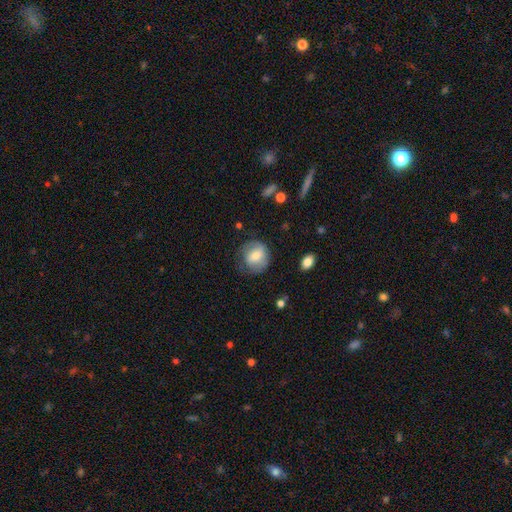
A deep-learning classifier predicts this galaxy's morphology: Overall: smooth (59%; featured or disk 33%). How rounded: round (79%). Merging: none (67%).